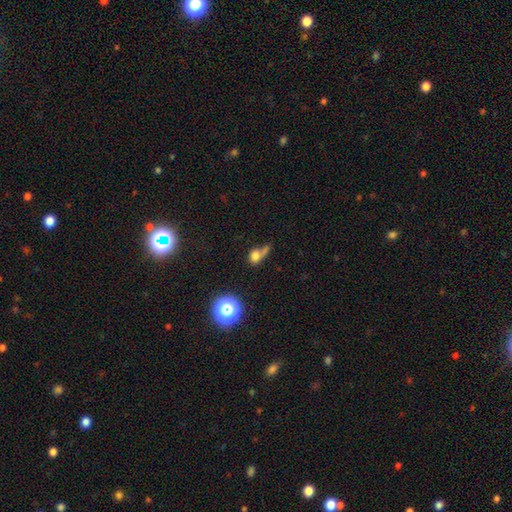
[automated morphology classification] A smooth galaxy with no disk features (71%) that is round (61%). Merging: merger (43%).